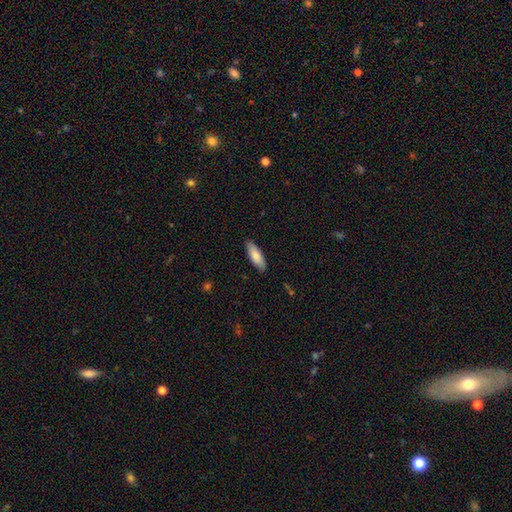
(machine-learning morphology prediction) type=smooth (83%); roundness=in between (56%); merging=none (88%).